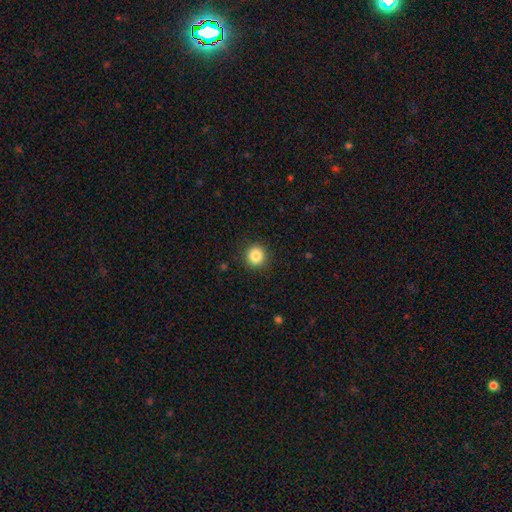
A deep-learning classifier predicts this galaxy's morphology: This is clearly a smooth galaxy (86%). How rounded: clearly round (93%). Merging: clearly none (91%).